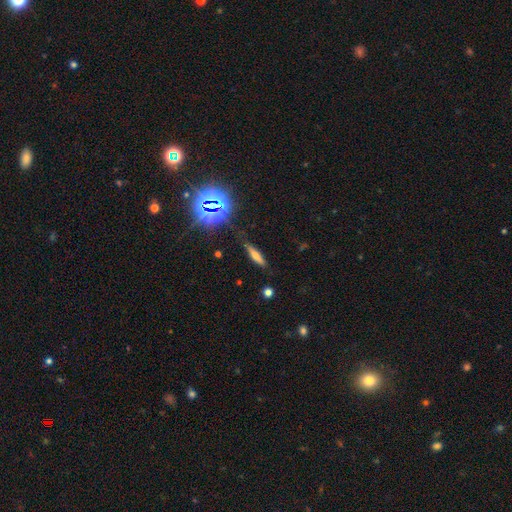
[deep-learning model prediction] smooth_or_featured: smooth (p=0.48) [alt: featured or disk p=0.33]
merging: none (p=0.80) [alt: minor disturbance p=0.14]